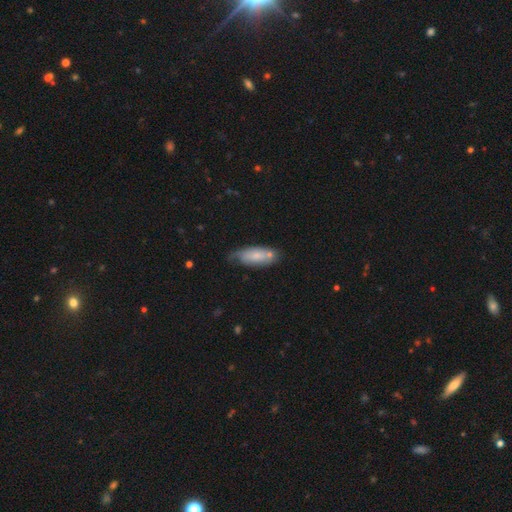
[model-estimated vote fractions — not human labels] Q: Smooth or featured?
A: smooth (66%); runner-up: featured or disk (28%)
Q: How rounded?
A: in between (76%); runner-up: cigar-shaped (22%)
Q: Merging?
A: none (49%); runner-up: minor disturbance (31%)